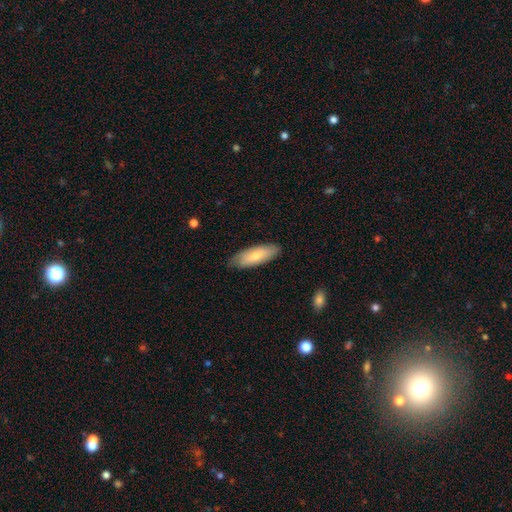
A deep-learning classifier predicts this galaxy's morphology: Smooth or featured? Predicted: smooth (p=0.70). How rounded? Predicted: in between (p=0.65). Merging? Predicted: none (p=0.81).